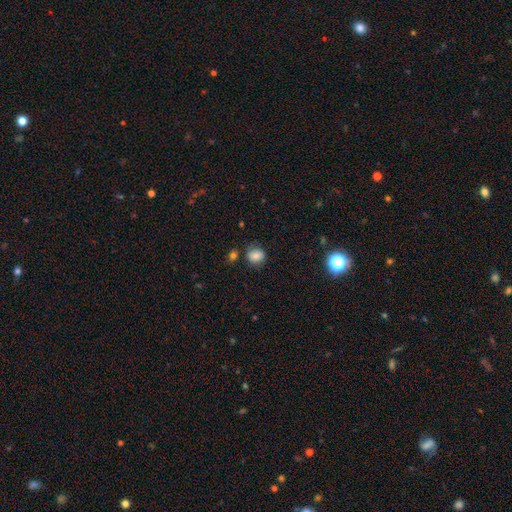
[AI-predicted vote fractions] smooth_or_featured: smooth (p=0.77) [alt: star or artifact p=0.12]
how_rounded: round (p=0.76) [alt: in between p=0.23]
merging: none (p=0.72) [alt: minor disturbance p=0.18]